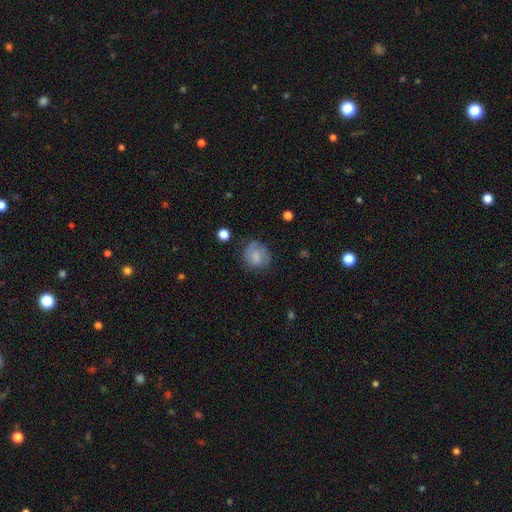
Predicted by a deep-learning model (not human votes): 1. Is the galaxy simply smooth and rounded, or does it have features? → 74% smooth, 18% featured or disk, 8% star or artifact.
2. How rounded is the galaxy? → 72% round, 27% in between, 1% cigar-shaped.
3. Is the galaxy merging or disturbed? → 62% none, 26% minor disturbance, 10% major disturbance, 2% merger.